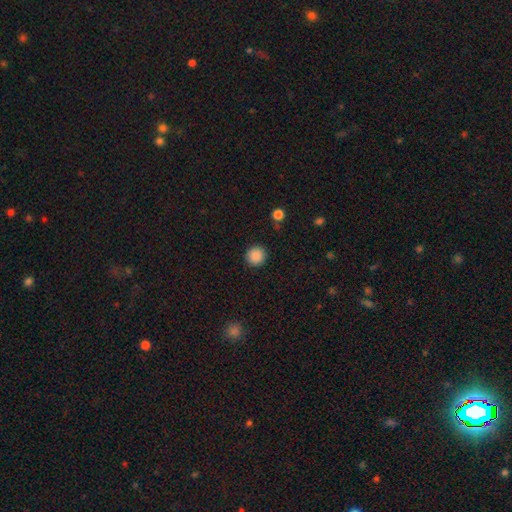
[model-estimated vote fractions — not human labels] The model was most divided on "smooth or featured": smooth: 88%, star or artifact: 9%, featured or disk: 3%. More confident: how rounded — round (94%); merging — none (91%).